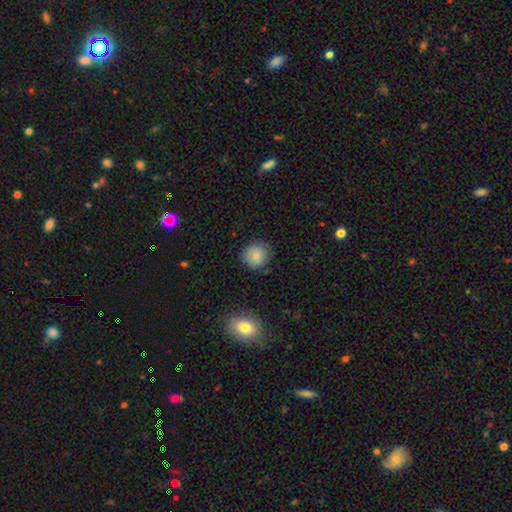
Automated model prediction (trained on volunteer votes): This is clearly a smooth galaxy (84%). How rounded: clearly round (88%). Merging: clearly none (84%).